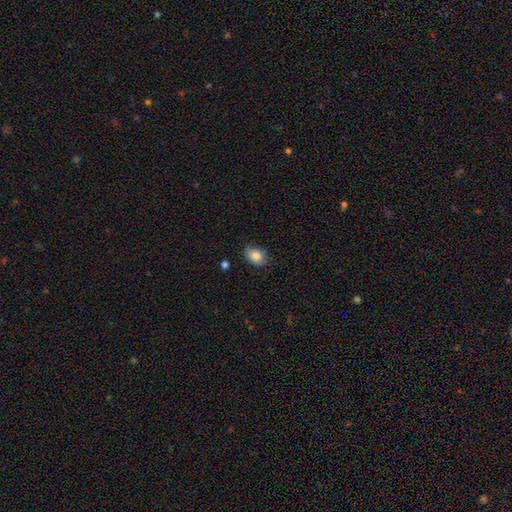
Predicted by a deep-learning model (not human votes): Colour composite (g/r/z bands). It shows a smooth galaxy with no disk features (85%) that is in between round and cigar-shaped (67%). Merging: none (74%).